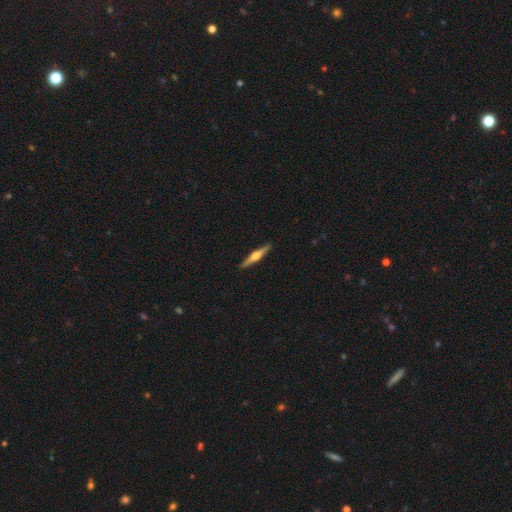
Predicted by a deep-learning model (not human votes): Q: Smooth or featured?
A: featured or disk (70%); runner-up: smooth (25%)
Q: Edge-on disk?
A: yes (98%); runner-up: no (2%)
Q: Edge-on bulge?
A: rounded (91%); runner-up: boxy (6%)
Q: Merging?
A: none (92%); runner-up: minor disturbance (6%)